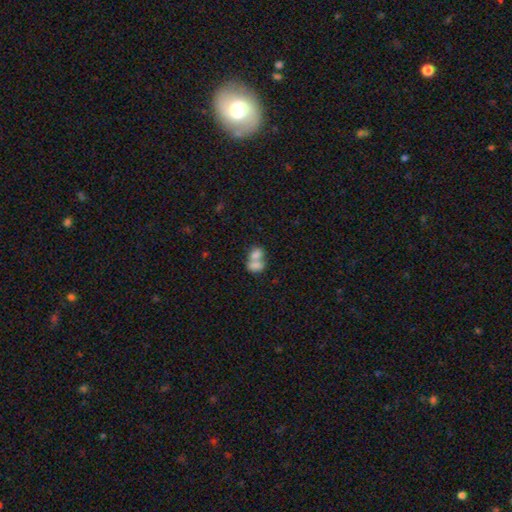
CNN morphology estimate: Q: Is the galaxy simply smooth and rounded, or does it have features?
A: smooth — 77%.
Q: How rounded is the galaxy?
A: in between — 71%.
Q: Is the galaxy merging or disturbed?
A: merger — 73%.